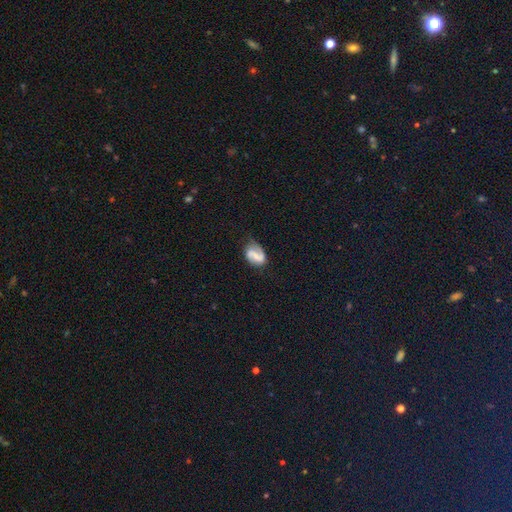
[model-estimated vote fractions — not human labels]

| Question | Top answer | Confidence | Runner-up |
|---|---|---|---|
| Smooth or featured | featured or disk | 61% | smooth (30%) |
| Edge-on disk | no | 97% | yes (3%) |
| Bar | strong | 40% | weak (38%) |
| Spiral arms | yes | 85% | no (15%) |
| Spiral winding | medium | 39% | loose (36%) |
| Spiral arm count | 2 | 73% | 1 (18%) |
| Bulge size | none | 38% | small (34%) |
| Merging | none | 56% | minor disturbance (28%) |